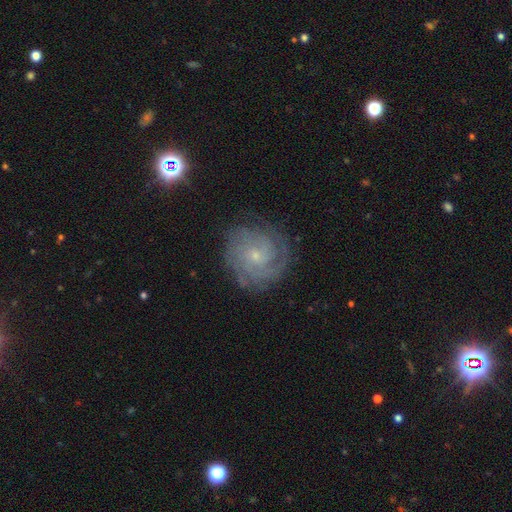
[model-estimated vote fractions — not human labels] Smooth or featured?
  - featured or disk: 79% *
  - smooth: 12%
  - star or artifact: 9%
Edge-on disk?
  - no: 97% *
  - yes: 3%
Bar?
  - no: 74% *
  - weak: 22%
  - strong: 4%
Spiral arms?
  - yes: 96% *
  - no: 4%
Spiral winding?
  - tight: 75% *
  - medium: 21%
  - loose: 4%
Spiral arm count?
  - can't tell: 33% *
  - 3: 20%
  - 4: 16%
  - 2: 16%
  - more than 4: 8%
  - 1: 7%
Bulge size?
  - small: 81% *
  - moderate: 15%
  - none: 3%
  - large: 1%
  - dominant: 1%
Merging?
  - none: 80% *
  - minor disturbance: 14%
  - major disturbance: 5%
  - merger: 1%